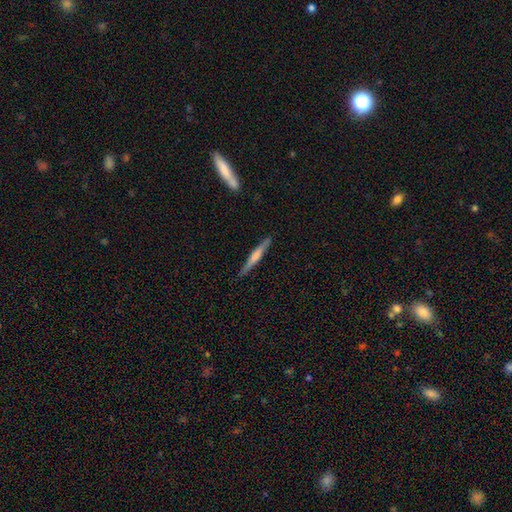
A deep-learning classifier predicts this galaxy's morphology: This appears to be a featured or disk galaxy (63%) viewed edge-on (97%) with a rounded central bulge (58%). Merging: none (87%).